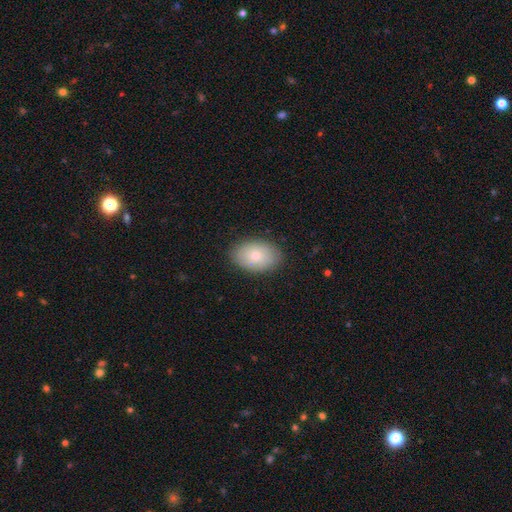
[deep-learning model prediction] Smooth or featured? smooth (80%)
How rounded? in between (88%)
Merging? none (86%)